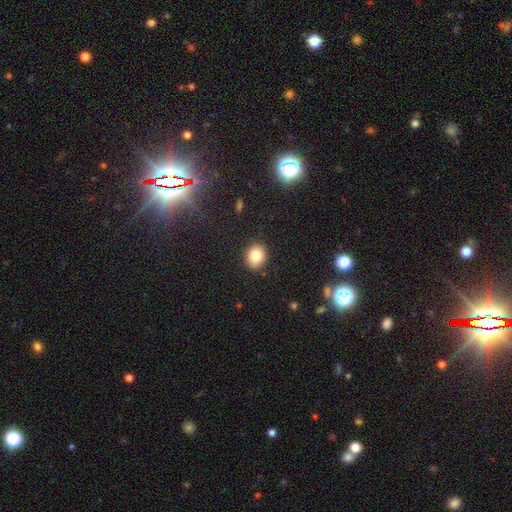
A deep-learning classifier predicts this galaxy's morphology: The model was most divided on "how rounded": round: 65%, in between: 35%, cigar-shaped: 1%. More confident: merging — none (89%); smooth or featured — smooth (81%).